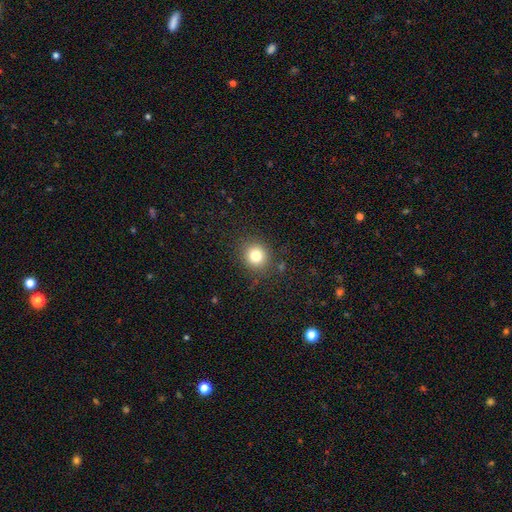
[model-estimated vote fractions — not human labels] Q: Smooth or featured?
A: smooth (80%); runner-up: star or artifact (13%)
Q: How rounded?
A: round (87%); runner-up: in between (13%)
Q: Merging?
A: none (87%); runner-up: minor disturbance (8%)